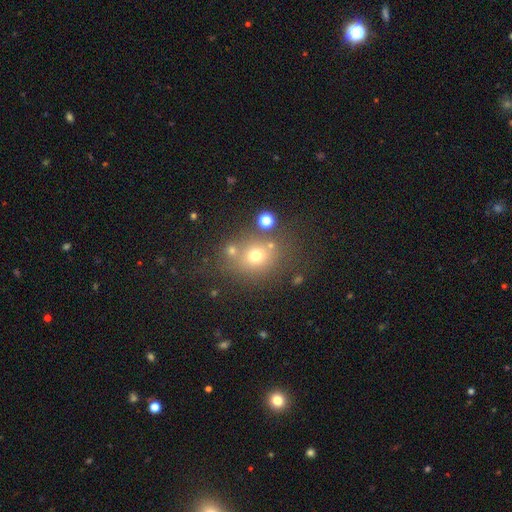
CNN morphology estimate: smooth_or_featured: smooth (p=0.66) [alt: star or artifact p=0.20]
how_rounded: round (p=0.72) [alt: in between p=0.27]
merging: none (p=0.68) [alt: merger p=0.13]